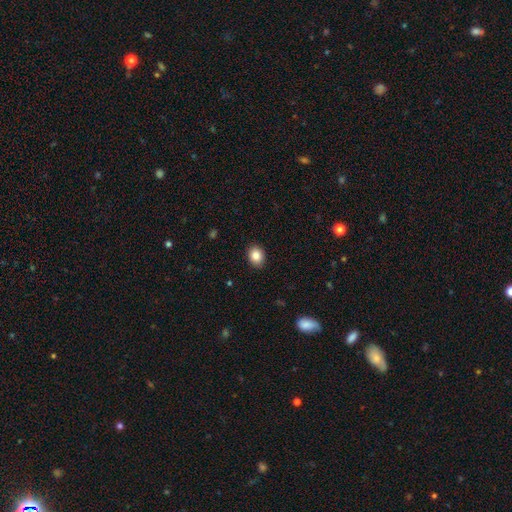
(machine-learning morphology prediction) Smooth or featured? smooth (86%)
How rounded? in between (54%)
Merging? none (90%)